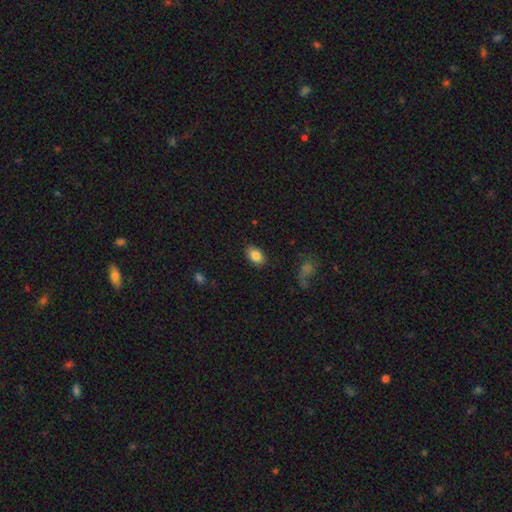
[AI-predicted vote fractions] smooth_or_featured: smooth (p=0.85) [alt: star or artifact p=0.08]
how_rounded: in between (p=0.89) [alt: round p=0.10]
merging: none (p=0.86) [alt: minor disturbance p=0.10]